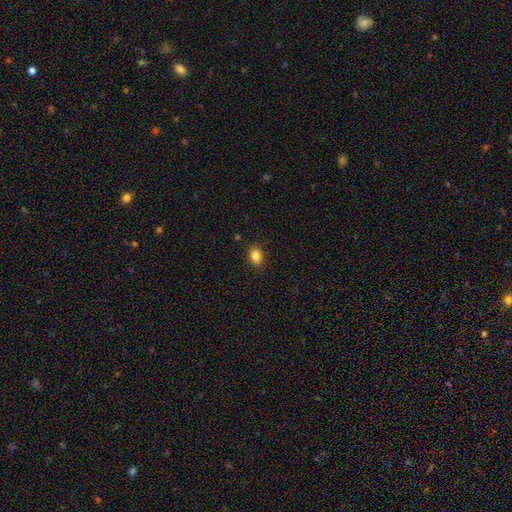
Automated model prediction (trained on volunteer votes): Q: Smooth or featured?
A: smooth (85%); runner-up: star or artifact (10%)
Q: How rounded?
A: in between (79%); runner-up: round (20%)
Q: Merging?
A: none (87%); runner-up: minor disturbance (10%)